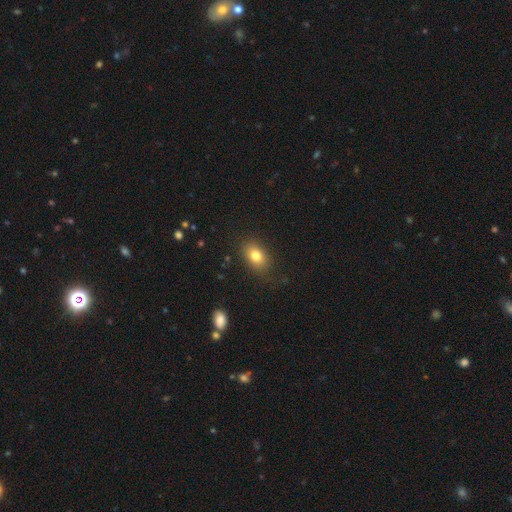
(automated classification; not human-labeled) A smooth galaxy with no disk features (79%) that is in between round and cigar-shaped (76%). Merging: none (82%).